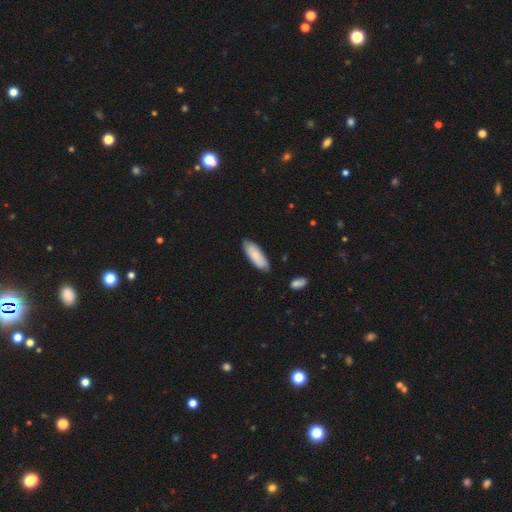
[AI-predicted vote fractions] Smooth or featured: smooth — 85% (featured or disk — 10%)
How rounded: in between — 65% (cigar-shaped — 34%)
Merging: none — 83% (minor disturbance — 13%)